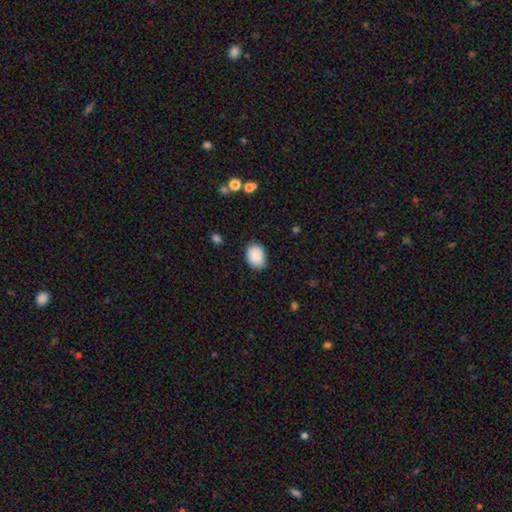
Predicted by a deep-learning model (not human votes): Overall: smooth (89%). How rounded: in between (73%). Merging: none (84%).